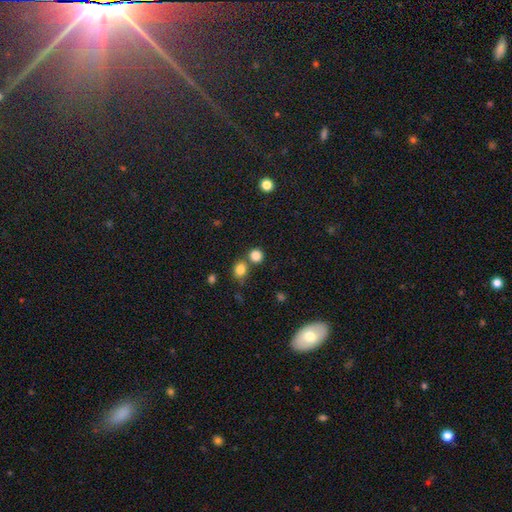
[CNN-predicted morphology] This appears to be a smooth galaxy with no disk features (83%) that is round (85%). Merging: none (63%).